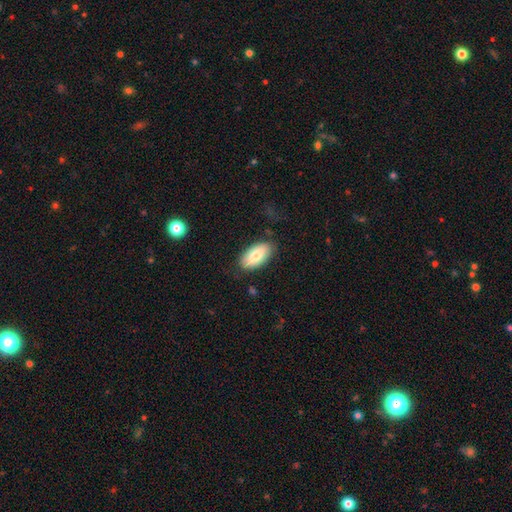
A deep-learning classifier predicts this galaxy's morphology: smooth-or-featured: smooth: 75% | featured or disk: 19% | star or artifact: 6%
  how-rounded: in between: 92% | cigar-shaped: 5% | round: 2%
  merging: none: 80% | minor disturbance: 15% | major disturbance: 4% | merger: 2%